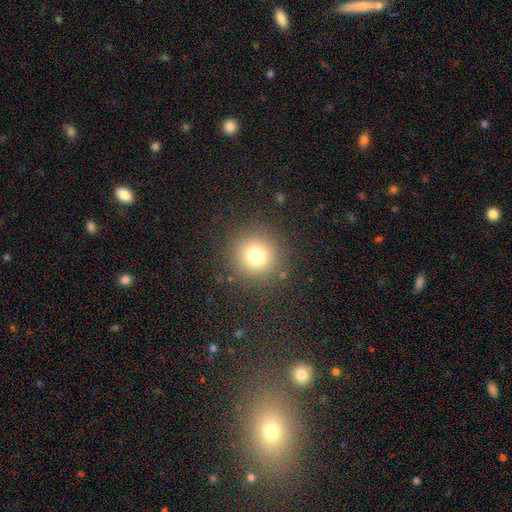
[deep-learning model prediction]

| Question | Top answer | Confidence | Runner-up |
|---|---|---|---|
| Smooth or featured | smooth | 74% | star or artifact (16%) |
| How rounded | round | 95% | in between (4%) |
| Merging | none | 88% | minor disturbance (7%) |